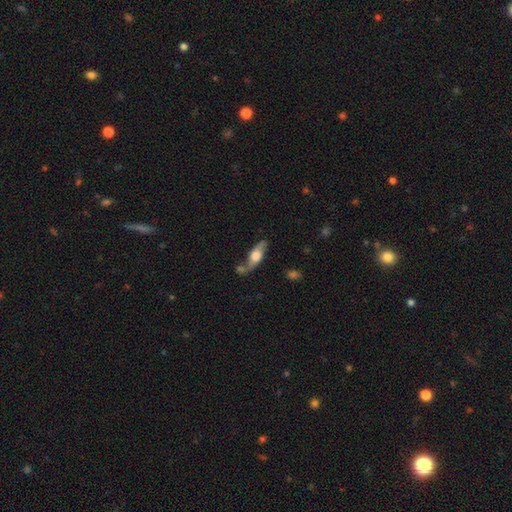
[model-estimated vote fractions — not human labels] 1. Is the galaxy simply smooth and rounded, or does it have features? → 55% featured or disk, 38% smooth, 7% star or artifact.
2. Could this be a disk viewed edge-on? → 54% no, 46% yes.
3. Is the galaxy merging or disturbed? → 54% none, 19% merger, 19% minor disturbance, 8% major disturbance.